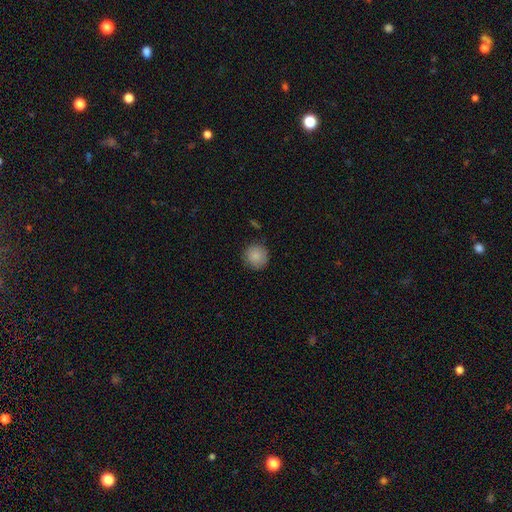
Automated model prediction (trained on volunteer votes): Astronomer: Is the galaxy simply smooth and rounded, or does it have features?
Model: smooth — 86%.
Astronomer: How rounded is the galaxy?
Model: round — 93%.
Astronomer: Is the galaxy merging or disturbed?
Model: none — 87%.